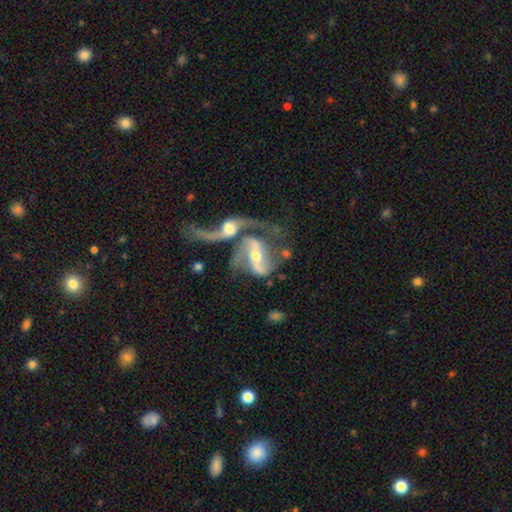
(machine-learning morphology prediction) This is clearly a featured or disk galaxy (85%). It is clearly not viewed edge-on (95%). Bar: marginally weak (38%). Spiral arm pattern: clearly yes (92%). Spiral arm count: likely 2 (78%). Spiral winding: likely loose (60%). Central bulge: possibly moderate (56%). Merging: likely merger (67%).